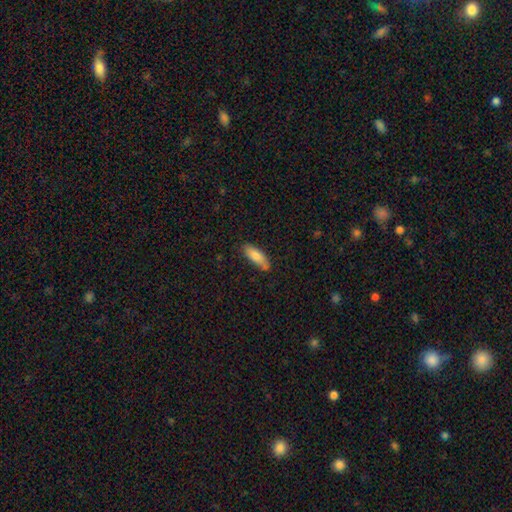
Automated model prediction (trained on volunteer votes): Smooth or featured? smooth (80%)
How rounded? in between (59%)
Merging? none (77%)